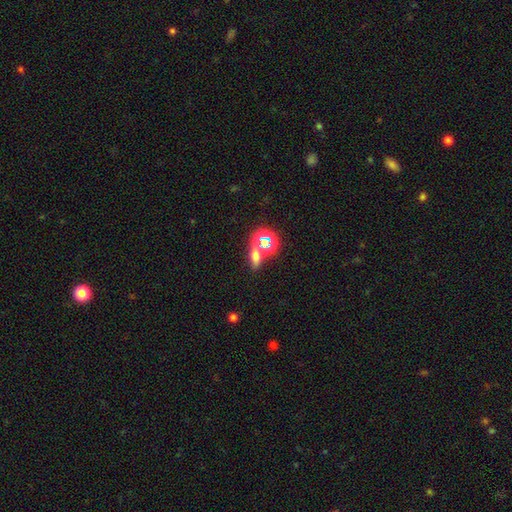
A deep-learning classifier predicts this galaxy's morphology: A smooth galaxy with no disk features (47%). Merging: none (59%).